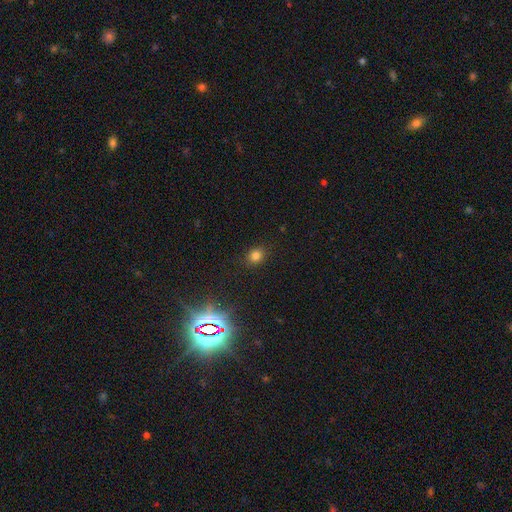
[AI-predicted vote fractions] smooth-or-featured: smooth: 76% | star or artifact: 18% | featured or disk: 6%
  how-rounded: round: 66% | in between: 33% | cigar-shaped: 1%
  merging: none: 88% | minor disturbance: 9% | major disturbance: 3% | merger: 1%